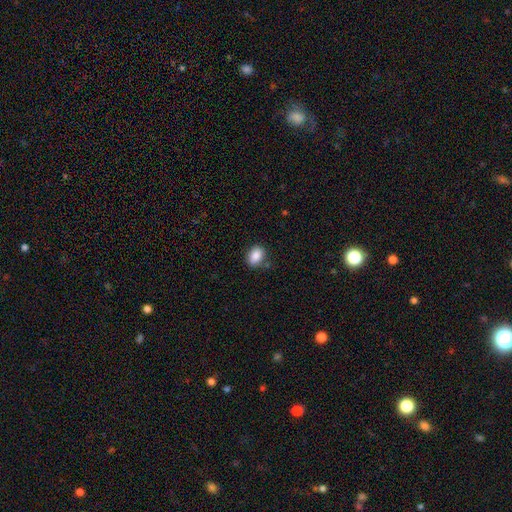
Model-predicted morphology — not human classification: Smooth or featured? smooth (87%)
How rounded? in between (71%)
Merging? none (81%)